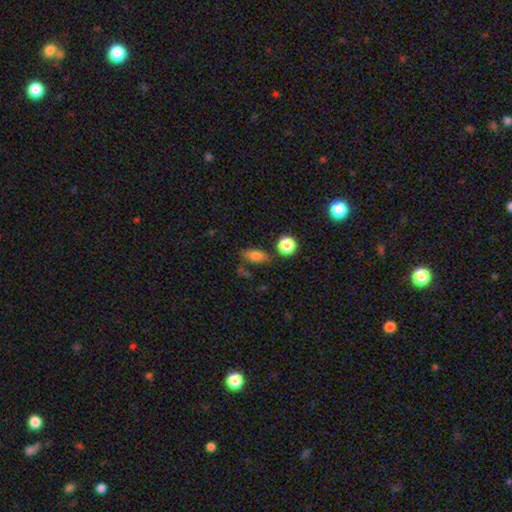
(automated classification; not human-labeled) Smooth or featured? smooth (73%)
How rounded? in between (74%)
Merging? none (62%)